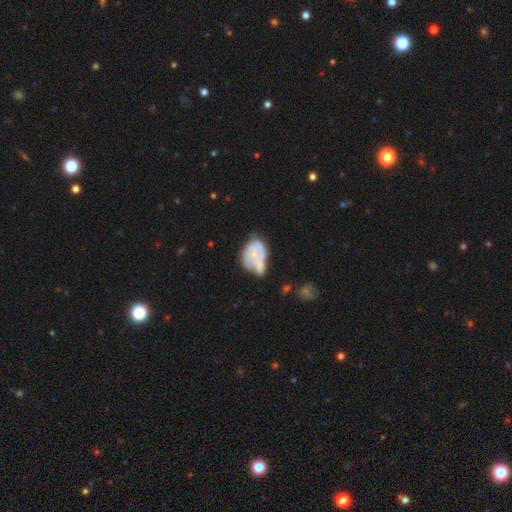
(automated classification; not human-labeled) featured or disk 51%, smooth 40%, star or artifact 9%. Down the decision tree: edge-on disk — no (98%); bar — no (84%); spiral arms — no (60%); bulge size — none (44%); merging — none (29%).